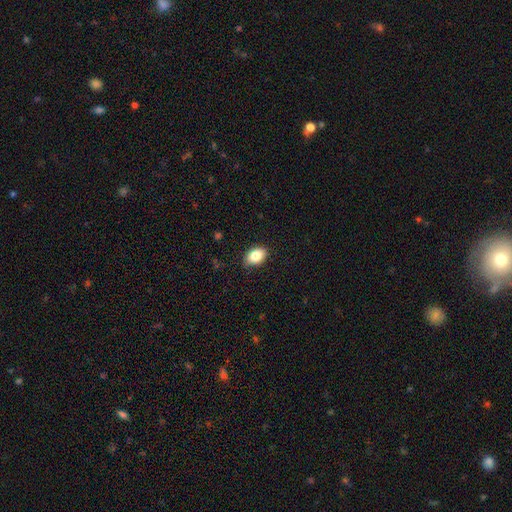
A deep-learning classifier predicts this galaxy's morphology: The model was most divided on "how rounded": in between: 82%, round: 16%, cigar-shaped: 1%. More confident: smooth or featured — smooth (84%); merging — none (84%).